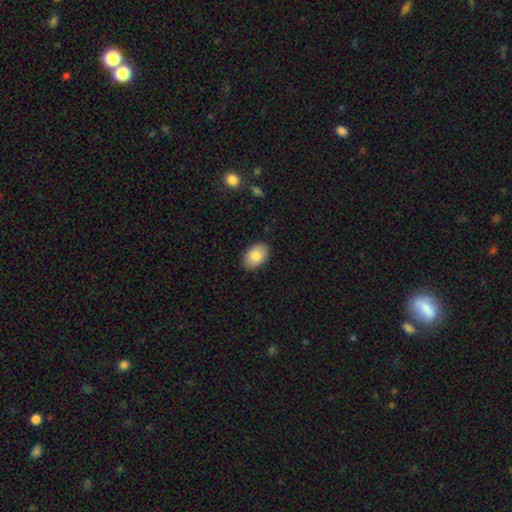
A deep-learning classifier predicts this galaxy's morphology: Q: Smooth or featured?
A: smooth (84%); runner-up: featured or disk (10%)
Q: How rounded?
A: in between (87%); runner-up: round (12%)
Q: Merging?
A: none (88%); runner-up: minor disturbance (9%)